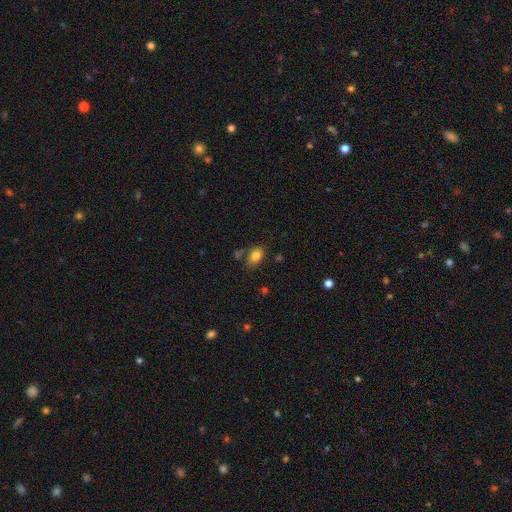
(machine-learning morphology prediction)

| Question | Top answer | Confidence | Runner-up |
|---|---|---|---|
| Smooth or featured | smooth | 81% | star or artifact (10%) |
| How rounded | in between | 79% | round (20%) |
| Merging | none | 61% | minor disturbance (21%) |